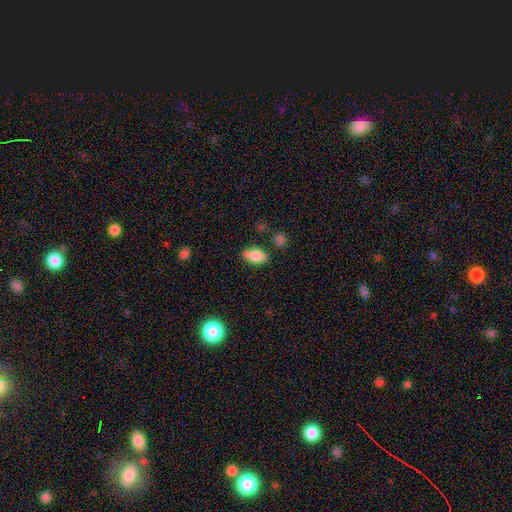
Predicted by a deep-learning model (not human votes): A smooth galaxy with no disk features (82%) that is in between round and cigar-shaped (90%). Merging: none (76%).